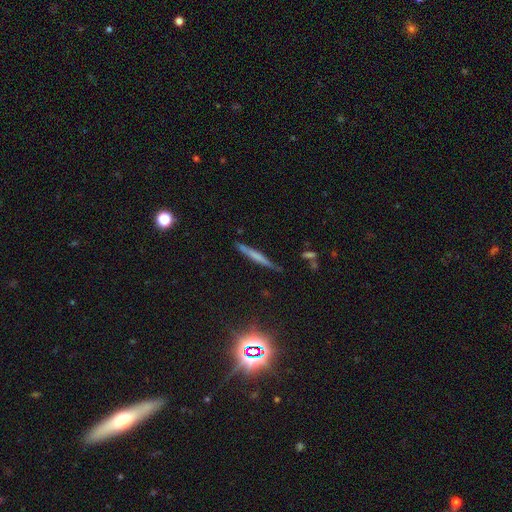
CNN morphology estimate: The model was most divided on "smooth or featured": smooth: 48%, featured or disk: 39%, star or artifact: 13%. More confident: merging — none (83%).